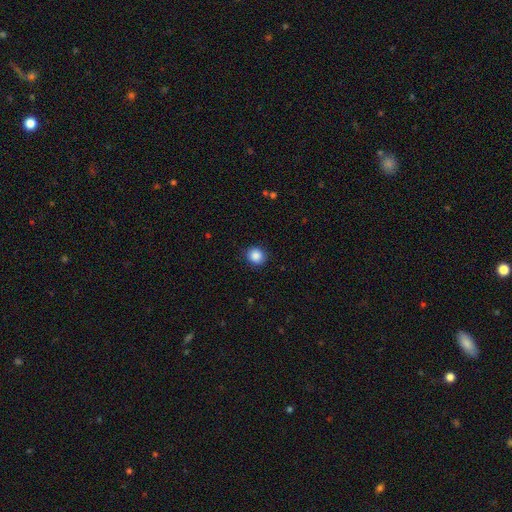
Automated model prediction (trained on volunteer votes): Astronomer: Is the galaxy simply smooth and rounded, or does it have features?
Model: smooth — 87%.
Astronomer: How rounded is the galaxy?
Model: round — 86%.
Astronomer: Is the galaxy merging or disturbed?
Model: none — 89%.